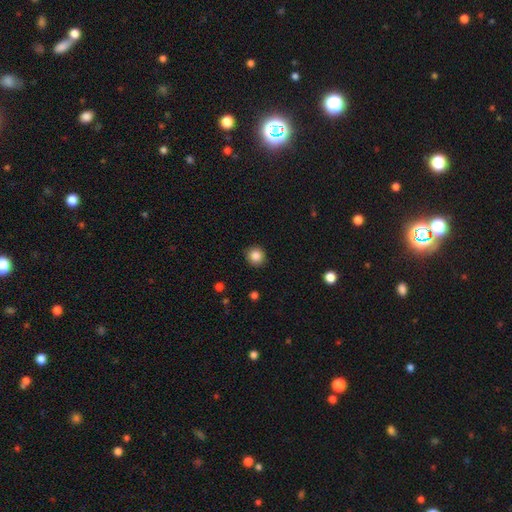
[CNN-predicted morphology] Smooth or featured? smooth (86%)
How rounded? round (92%)
Merging? none (91%)